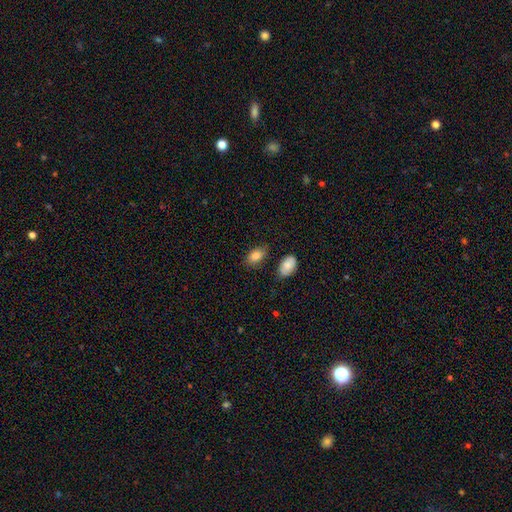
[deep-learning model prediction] A smooth galaxy with no disk features (84%) that is in between round and cigar-shaped (90%). Merging: none (75%).